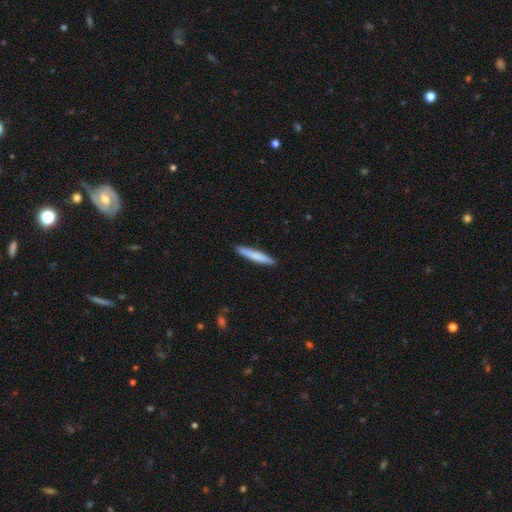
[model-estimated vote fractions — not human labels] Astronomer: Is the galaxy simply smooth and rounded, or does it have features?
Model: smooth — 77%.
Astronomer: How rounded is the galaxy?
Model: cigar-shaped — 95%.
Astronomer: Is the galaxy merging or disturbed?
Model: none — 91%.